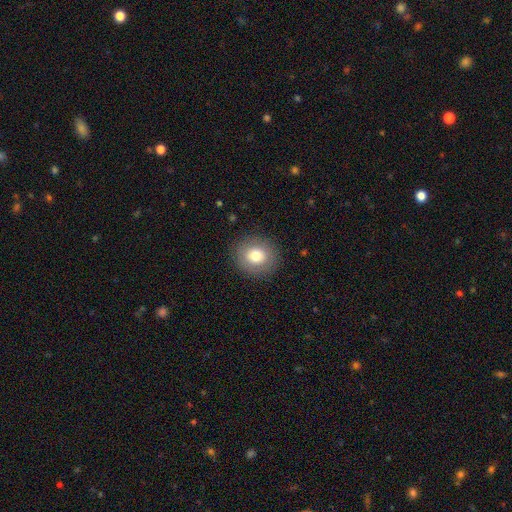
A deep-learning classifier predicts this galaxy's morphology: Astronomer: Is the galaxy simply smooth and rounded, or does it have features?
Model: smooth — 78%.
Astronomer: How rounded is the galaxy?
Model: round — 85%.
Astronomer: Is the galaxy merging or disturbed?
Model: none — 89%.